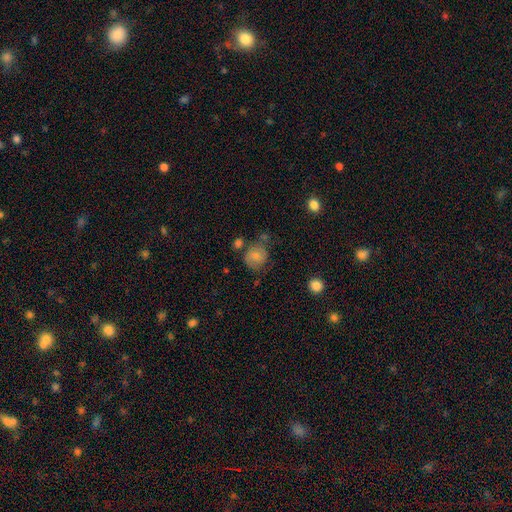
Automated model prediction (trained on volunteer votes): This appears to be a smooth galaxy with no disk features (70%) that is round (75%). Merging: none (58%).